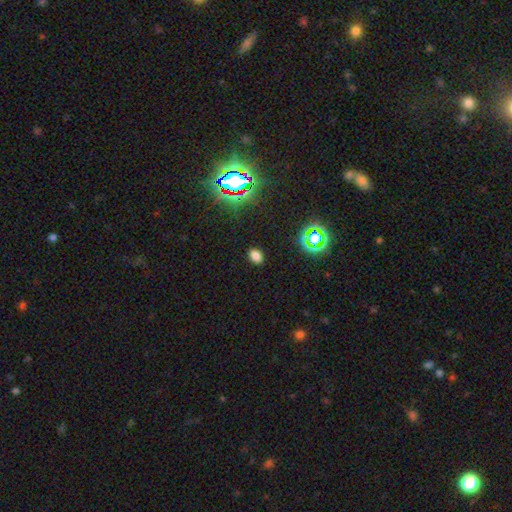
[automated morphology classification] smooth_or_featured: smooth (p=0.73) [alt: star or artifact p=0.22]
how_rounded: in between (p=0.75) [alt: round p=0.24]
merging: none (p=0.88) [alt: minor disturbance p=0.08]